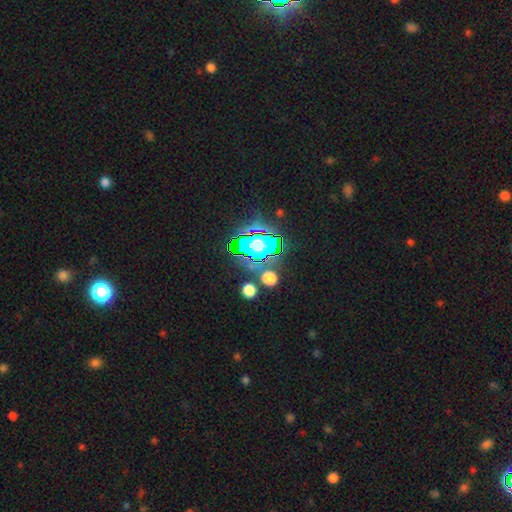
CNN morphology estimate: smooth_or_featured: star or artifact (p=0.84) [alt: smooth p=0.10]